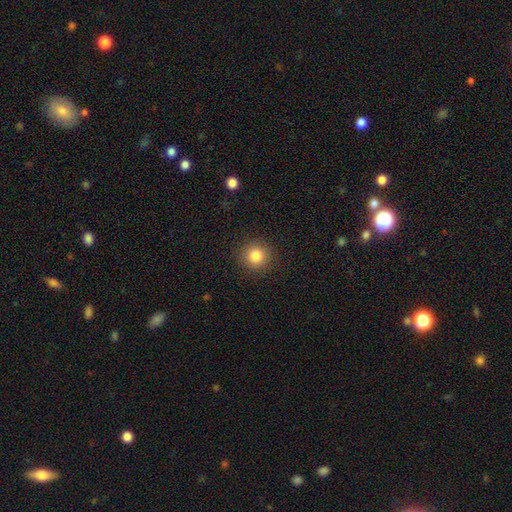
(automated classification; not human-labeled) smooth-or-featured: smooth: 84% | star or artifact: 11% | featured or disk: 5%
  how-rounded: round: 93% | in between: 6% | cigar-shaped: 1%
  merging: none: 91% | minor disturbance: 6% | major disturbance: 2% | merger: 1%